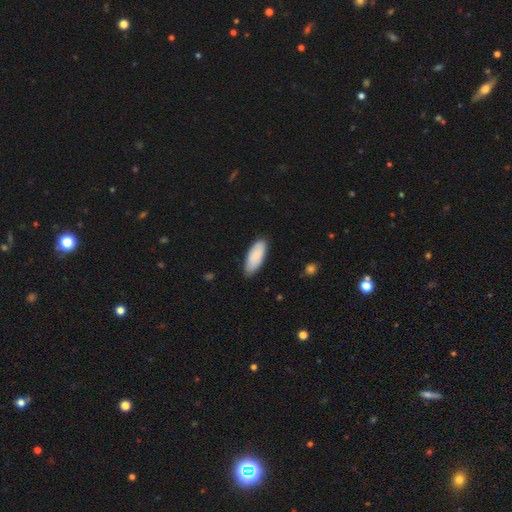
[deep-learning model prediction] A smooth galaxy with no disk features (86%) that is in between round and cigar-shaped (79%).

Vote fractions:
- Smooth or featured? smooth: 86% / featured or disk: 8% / star or artifact: 5%
- How rounded? in between: 79% / cigar-shaped: 19% / round: 1%
- Merging? none: 82% / minor disturbance: 15% / major disturbance: 2% / merger: 1%